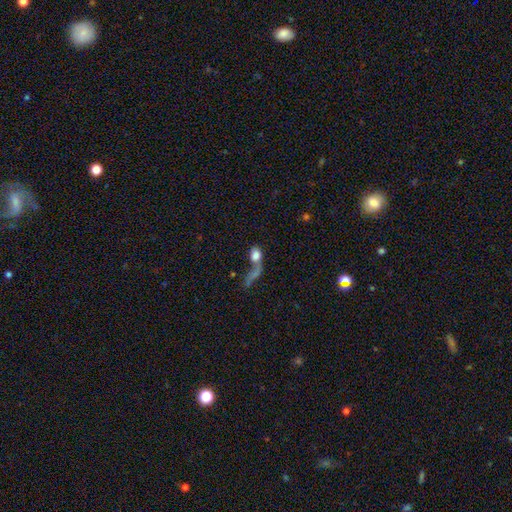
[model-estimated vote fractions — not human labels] This is likely a smooth galaxy (67%). How rounded: likely in between (63%). Merging: possibly merger (52%).